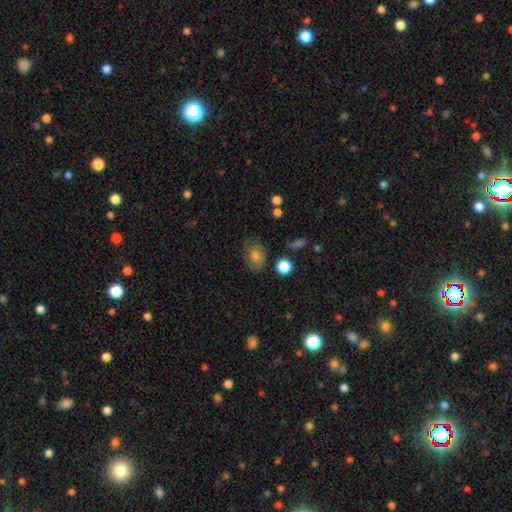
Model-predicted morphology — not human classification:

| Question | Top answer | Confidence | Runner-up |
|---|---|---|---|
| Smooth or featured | smooth | 61% | featured or disk (22%) |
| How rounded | in between | 64% | round (34%) |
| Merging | none | 72% | minor disturbance (19%) |